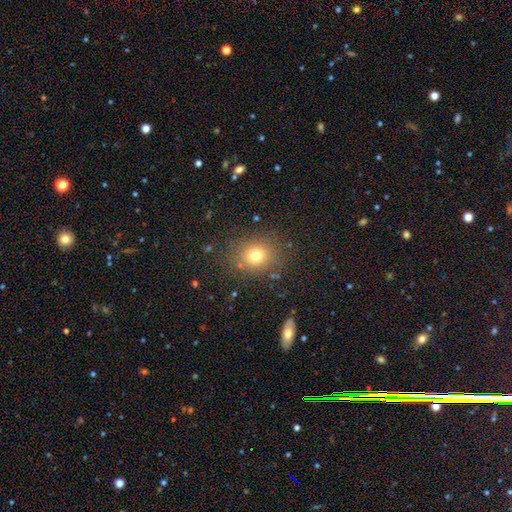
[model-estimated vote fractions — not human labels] Smooth or featured: smooth — 73% (star or artifact — 17%)
How rounded: round — 73% (in between — 26%)
Merging: none — 83% (minor disturbance — 10%)